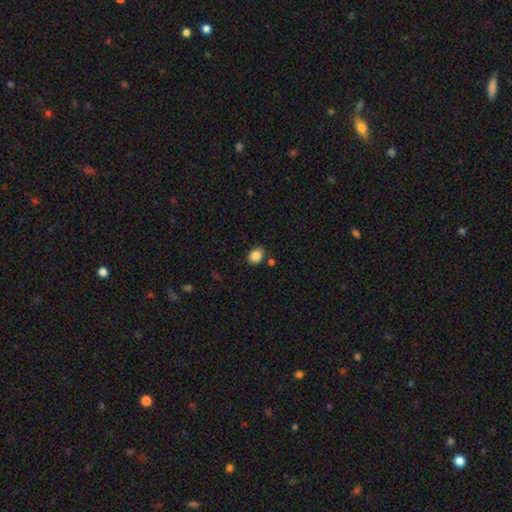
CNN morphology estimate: Overall: smooth (86%). How rounded: in between (60%; round 39%). Merging: none (82%).